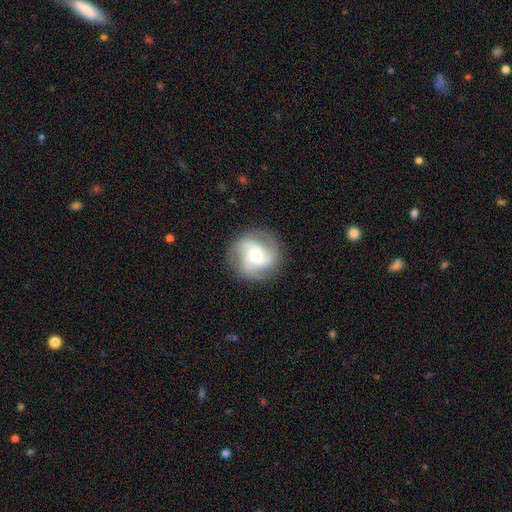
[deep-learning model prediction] smooth_or_featured: featured or disk (p=0.78) [alt: smooth p=0.15]
disk_edge_on: no (p=0.98) [alt: yes p=0.02]
bar: no (p=0.66) [alt: weak p=0.28]
has_spiral_arms: yes (p=0.97) [alt: no p=0.03]
spiral_winding: medium (p=0.49) [alt: tight p=0.33]
spiral_arm_count: 3 (p=0.67) [alt: 4 p=0.12]
bulge_size: moderate (p=0.47) [alt: small p=0.29]
merging: none (p=0.82) [alt: minor disturbance p=0.12]